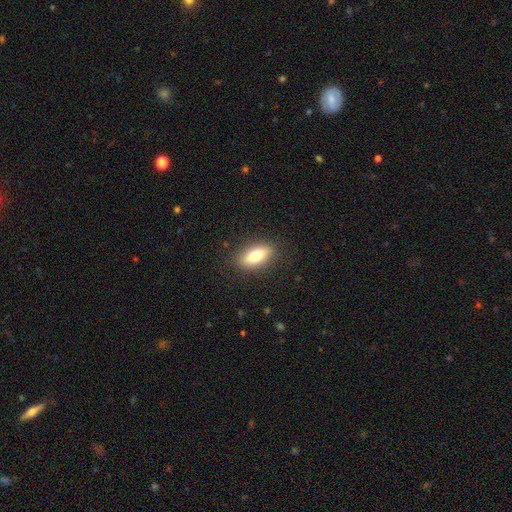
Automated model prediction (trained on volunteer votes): smooth 78%, featured or disk 15%, star or artifact 7%. Down the decision tree: how rounded — in between (82%); merging — none (86%).